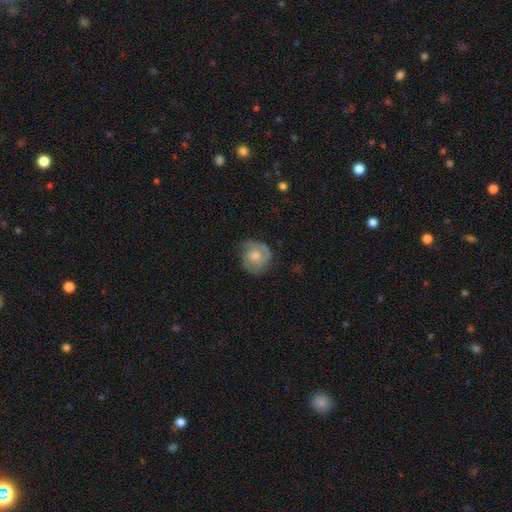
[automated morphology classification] This appears to be a featured or disk galaxy (54%) with no bar (75%), spiral arms (83%) and a small central bulge (47%). Merging: none (66%).